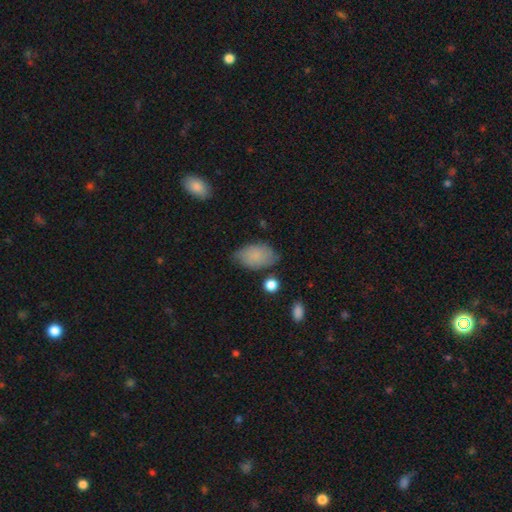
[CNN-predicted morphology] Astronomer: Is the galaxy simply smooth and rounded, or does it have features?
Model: smooth — 82%.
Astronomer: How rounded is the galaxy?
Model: in between — 91%.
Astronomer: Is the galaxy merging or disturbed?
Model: none — 67%.